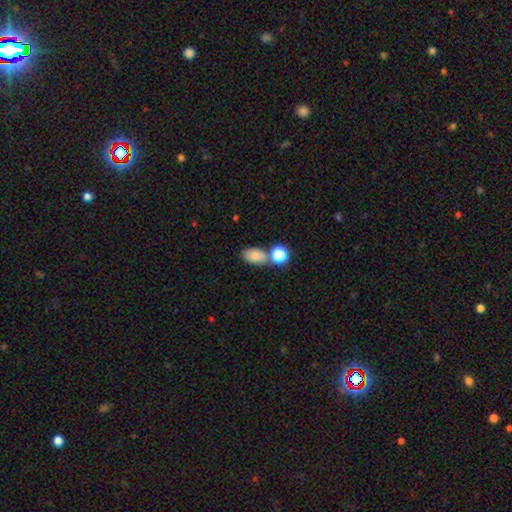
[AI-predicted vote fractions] Smooth or featured? smooth (78%)
How rounded? in between (87%)
Merging? none (59%)